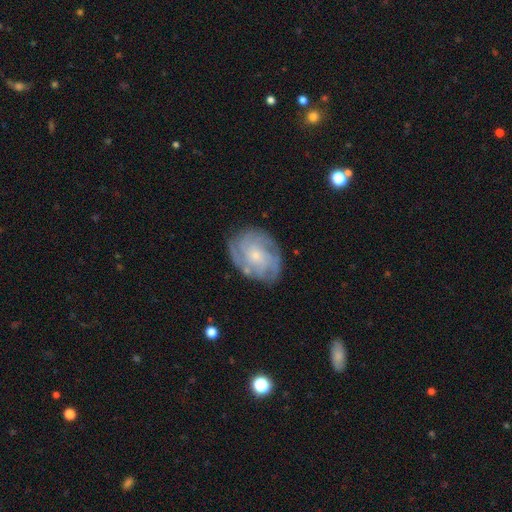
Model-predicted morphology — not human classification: Smooth or featured: featured or disk — 79% (smooth — 15%)
Edge-on disk: no — 97% (yes — 3%)
Bar: no — 76% (weak — 20%)
Spiral arms: yes — 94% (no — 6%)
Spiral winding: tight — 64% (medium — 29%)
Spiral arm count: can't tell — 32% (4 — 23%)
Bulge size: small — 70% (moderate — 24%)
Merging: none — 77% (minor disturbance — 16%)